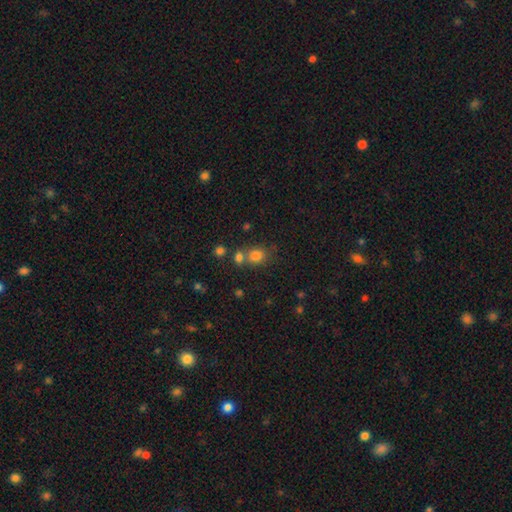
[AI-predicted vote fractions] smooth_or_featured: smooth (p=0.78) [alt: star or artifact p=0.14]
how_rounded: round (p=0.68) [alt: in between p=0.31]
merging: none (p=0.56) [alt: merger p=0.29]